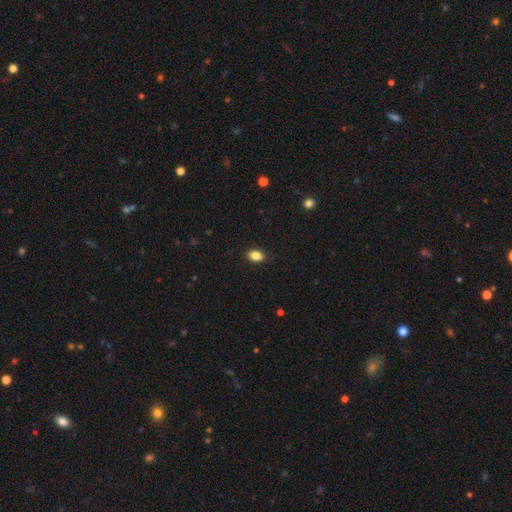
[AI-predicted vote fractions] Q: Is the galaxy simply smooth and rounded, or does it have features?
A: smooth — 87%.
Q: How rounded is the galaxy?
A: in between — 82%.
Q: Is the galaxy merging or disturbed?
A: none — 90%.